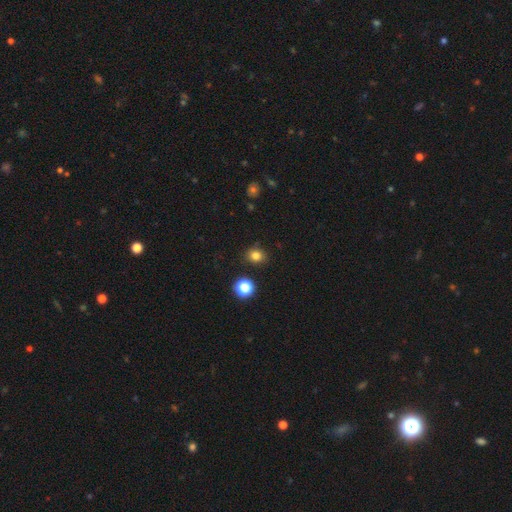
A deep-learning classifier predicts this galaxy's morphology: The model was most divided on "how rounded": round: 71%, in between: 28%, cigar-shaped: 1%. More confident: merging — none (85%); smooth or featured — smooth (79%).